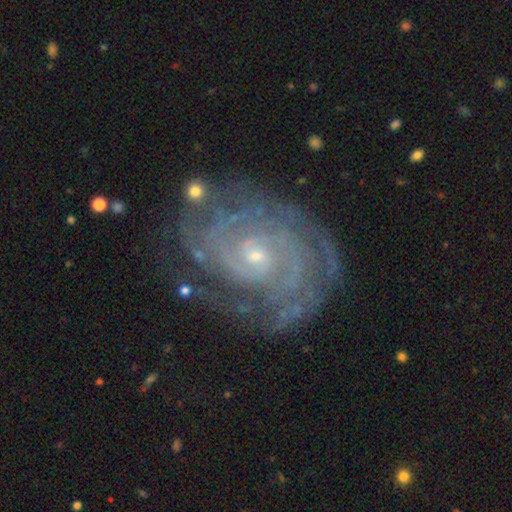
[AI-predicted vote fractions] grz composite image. It shows a featured or disk galaxy (88%) with no bar (69%), 2 (30%) tight (81%) spiral arms (98%) and a small central bulge (76%). Merging: none (76%).